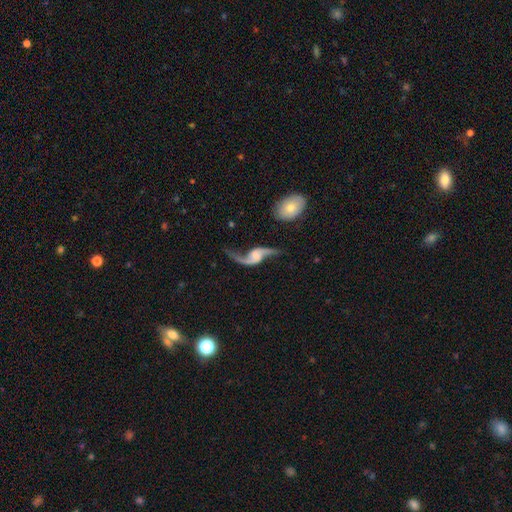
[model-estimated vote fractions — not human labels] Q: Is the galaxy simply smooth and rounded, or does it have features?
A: featured or disk — 90%.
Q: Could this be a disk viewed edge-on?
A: no — 96%.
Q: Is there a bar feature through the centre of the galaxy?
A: no — 50%.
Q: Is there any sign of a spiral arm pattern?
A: yes — 96%.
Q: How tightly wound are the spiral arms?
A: loose — 92%.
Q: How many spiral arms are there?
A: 2 — 92%.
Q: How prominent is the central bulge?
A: none — 38%.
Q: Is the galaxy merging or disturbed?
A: none — 64%.